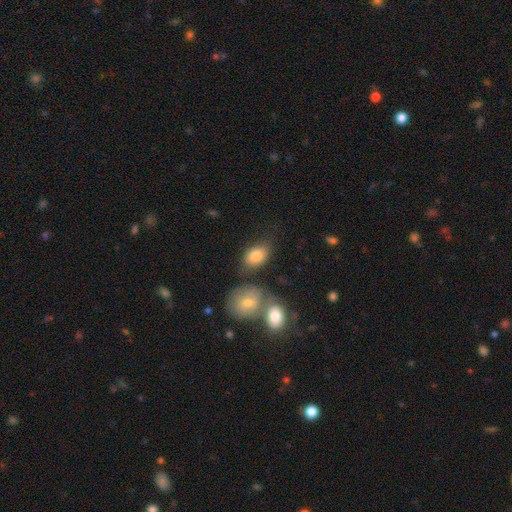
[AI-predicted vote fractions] This appears to be a smooth galaxy with no disk features (82%) that is in between round and cigar-shaped (83%). Merging: none (60%).